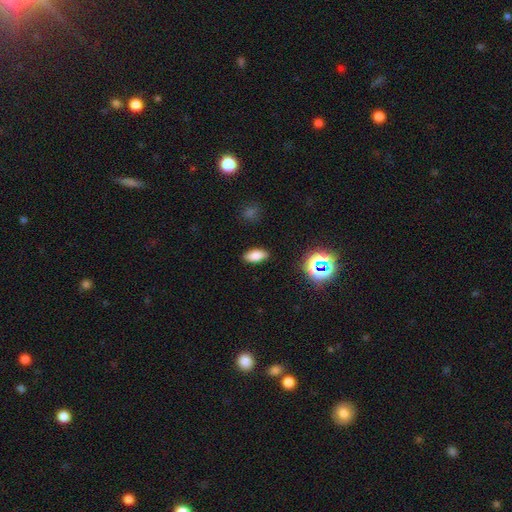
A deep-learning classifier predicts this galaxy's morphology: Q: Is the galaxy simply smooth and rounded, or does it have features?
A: smooth — 79%.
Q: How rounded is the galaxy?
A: in between — 87%.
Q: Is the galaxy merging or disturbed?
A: none — 88%.